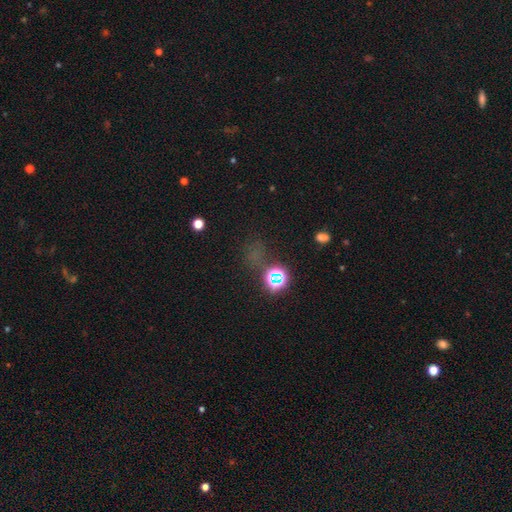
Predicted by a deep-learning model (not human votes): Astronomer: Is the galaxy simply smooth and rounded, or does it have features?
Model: star or artifact — 57% (runner-up: smooth, 35%).